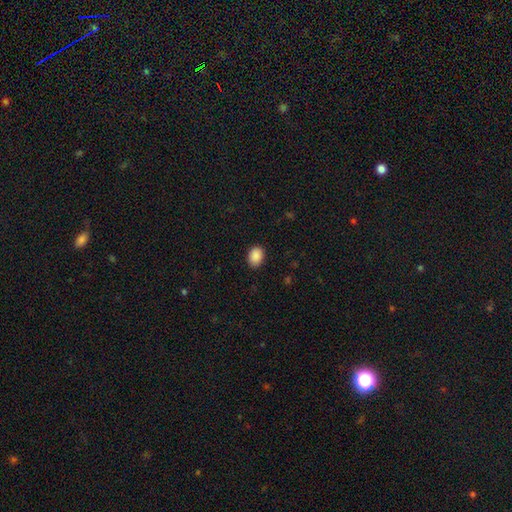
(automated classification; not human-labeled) This appears to be a smooth galaxy with no disk features (89%) that is in between round and cigar-shaped (69%). Merging: none (88%).